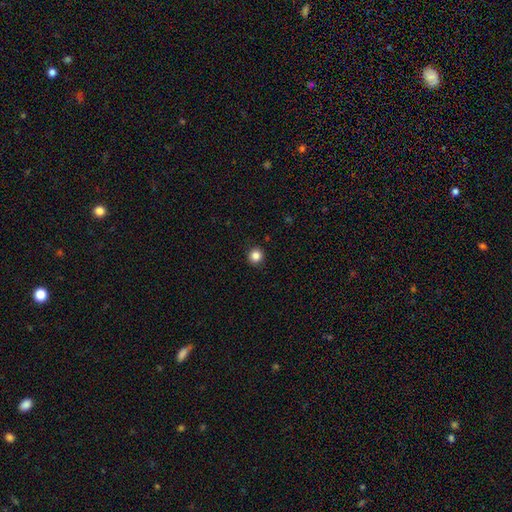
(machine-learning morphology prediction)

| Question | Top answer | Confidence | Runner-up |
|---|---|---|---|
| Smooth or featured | smooth | 85% | star or artifact (11%) |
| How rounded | round | 93% | in between (6%) |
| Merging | none | 92% | minor disturbance (5%) |